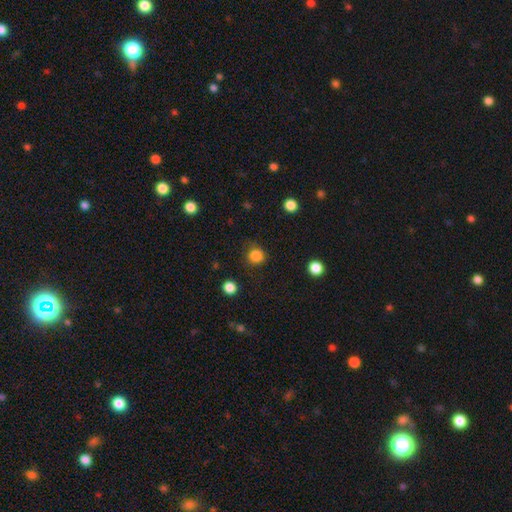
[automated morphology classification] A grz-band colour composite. It shows a smooth galaxy with no disk features (84%) that is round (92%). Merging: none (86%).